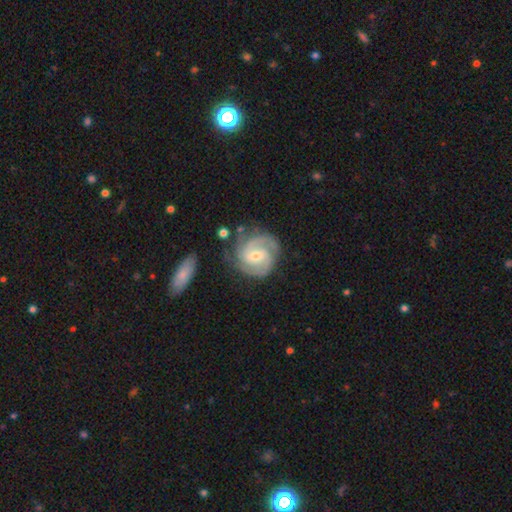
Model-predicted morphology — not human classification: A featured or disk galaxy (88%) with a weak bar (50%), 2 (43%) tight (57%) spiral arms (98%) and a small central bulge (50%). Merging: none (71%).